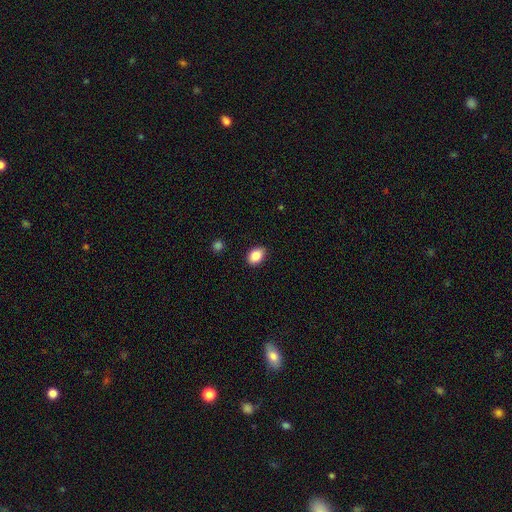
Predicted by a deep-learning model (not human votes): smooth-or-featured: smooth: 87% | star or artifact: 8% | featured or disk: 5%
  how-rounded: in between: 78% | round: 21% | cigar-shaped: 1%
  merging: none: 87% | minor disturbance: 10% | major disturbance: 2% | merger: 1%